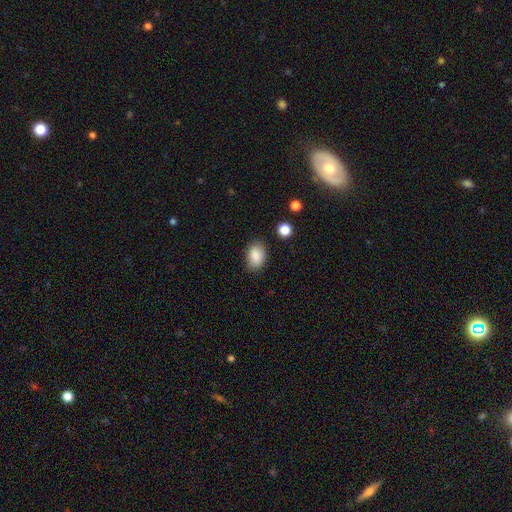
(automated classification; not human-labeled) smooth_or_featured: smooth (p=0.88) [alt: star or artifact p=0.08]
how_rounded: in between (p=0.85) [alt: round p=0.14]
merging: none (p=0.82) [alt: minor disturbance p=0.13]